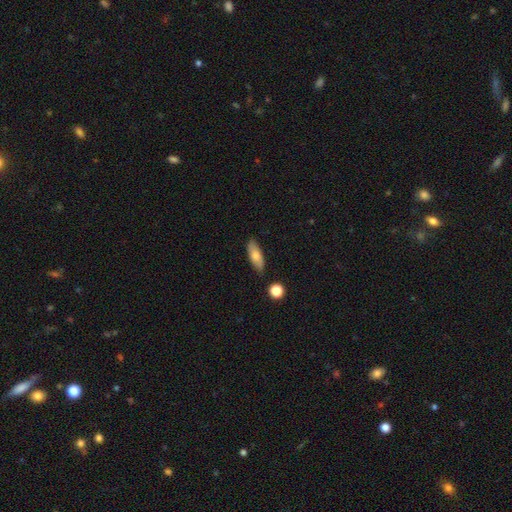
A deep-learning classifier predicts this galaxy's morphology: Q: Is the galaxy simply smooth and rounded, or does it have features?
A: smooth — 74%.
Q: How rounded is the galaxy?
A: in between — 68%.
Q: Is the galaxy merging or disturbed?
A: none — 84%.